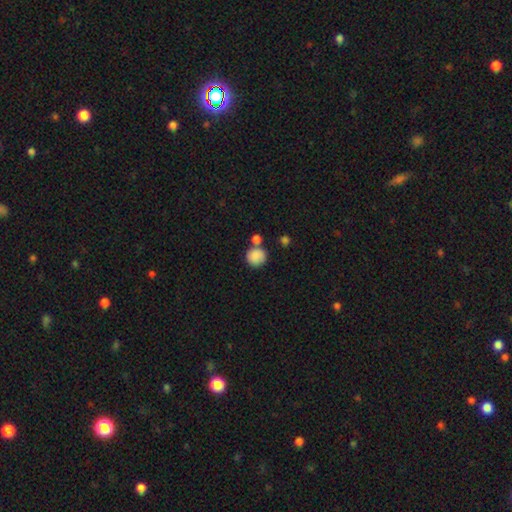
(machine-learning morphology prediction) type=smooth (87%); roundness=round (91%); merging=none (65%).